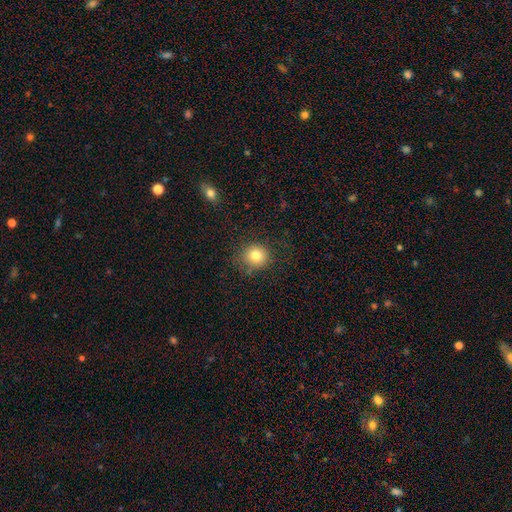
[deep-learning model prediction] A smooth galaxy with no disk features (80%) that is round (87%).

Vote fractions:
- Smooth or featured? smooth: 80% / star or artifact: 12% / featured or disk: 8%
- How rounded? round: 87% / in between: 12% / cigar-shaped: 1%
- Merging? none: 81% / minor disturbance: 13% / major disturbance: 5% / merger: 1%